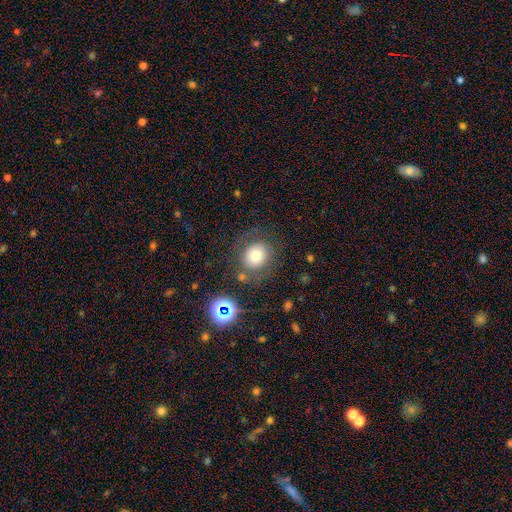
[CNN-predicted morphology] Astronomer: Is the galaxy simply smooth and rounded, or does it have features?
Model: smooth — 69%.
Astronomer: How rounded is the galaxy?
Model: round — 79%.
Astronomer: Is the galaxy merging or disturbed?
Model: none — 71%.